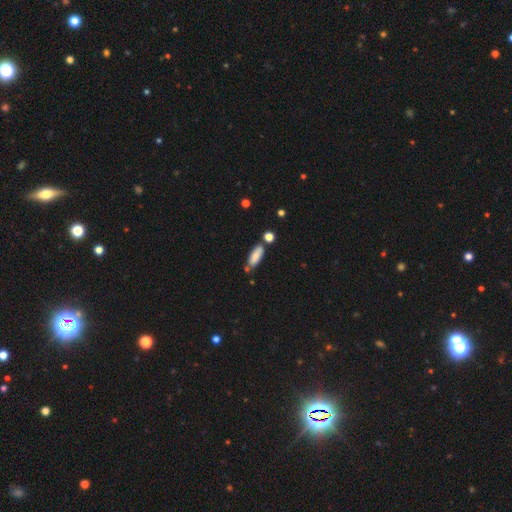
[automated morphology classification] Smooth or featured: smooth — 82% (featured or disk — 11%)
How rounded: in between — 69% (cigar-shaped — 29%)
Merging: none — 64% (minor disturbance — 18%)